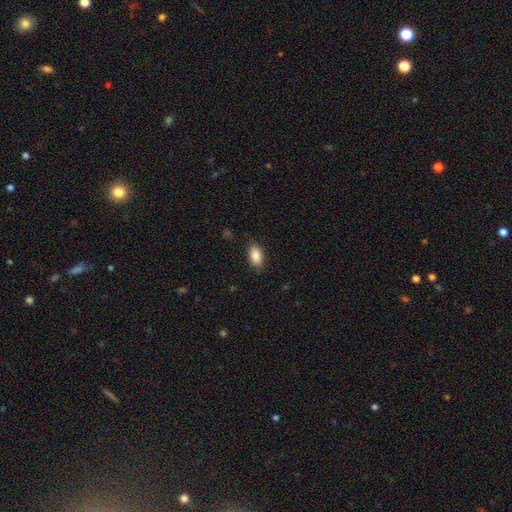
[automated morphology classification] A smooth galaxy with no disk features (89%) that is in between round and cigar-shaped (92%). Merging: none (86%).